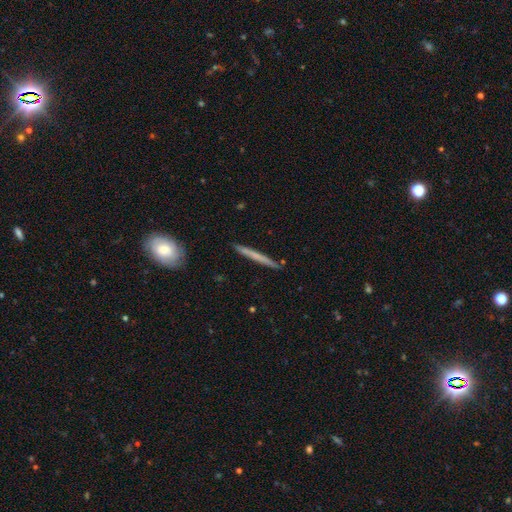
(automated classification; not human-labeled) Smooth or featured? smooth (52%)
How rounded? cigar-shaped (96%)
Merging? none (90%)